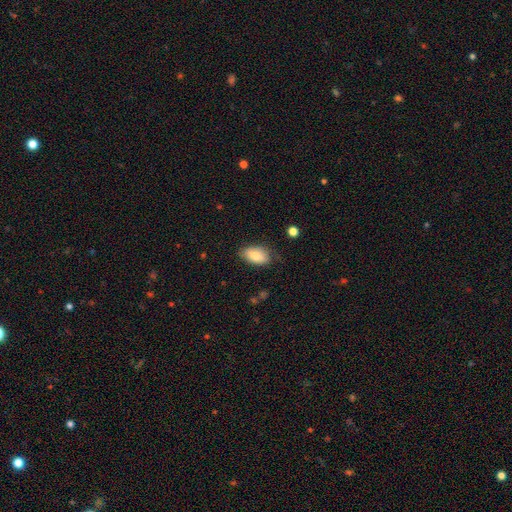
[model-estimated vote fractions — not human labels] A smooth galaxy with no disk features (83%) that is in between round and cigar-shaped (93%). Merging: none (72%).